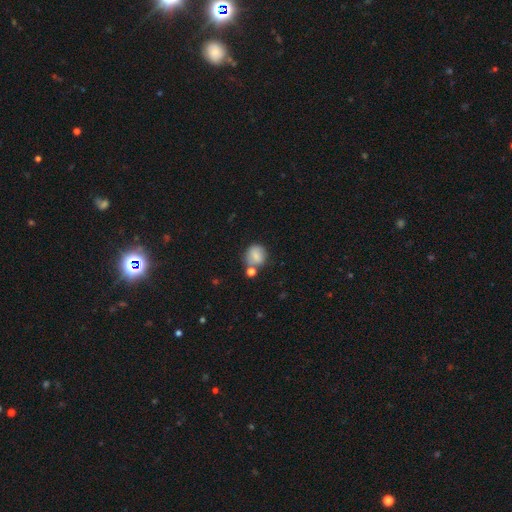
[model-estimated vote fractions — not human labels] smooth-or-featured: smooth: 78% | featured or disk: 13% | star or artifact: 9%
  how-rounded: round: 79% | in between: 20% | cigar-shaped: 1%
  merging: none: 59% | merger: 19% | minor disturbance: 17% | major disturbance: 5%